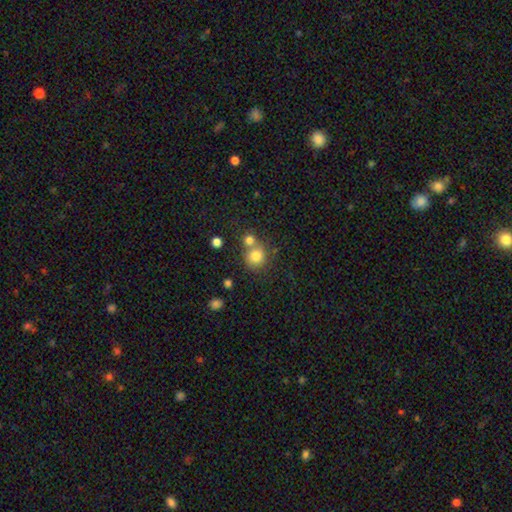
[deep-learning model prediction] This is likely a smooth galaxy (79%). How rounded: clearly round (86%). Merging: possibly none (49%).